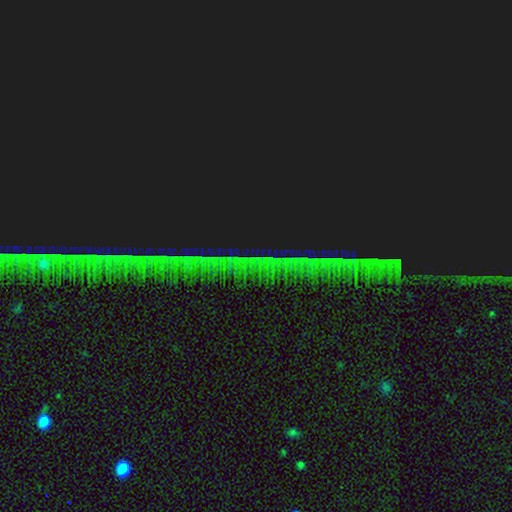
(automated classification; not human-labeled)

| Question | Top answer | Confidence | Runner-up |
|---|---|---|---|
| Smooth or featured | star or artifact | 88% | featured or disk (7%) |